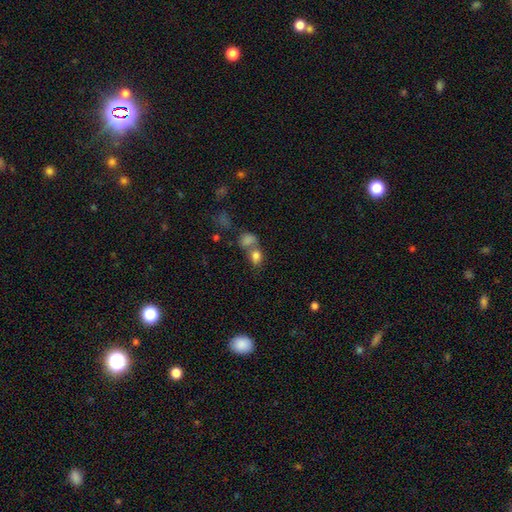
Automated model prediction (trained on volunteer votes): Morphology: type=smooth (78%); roundness=in between (67%); merging=merger (49%).